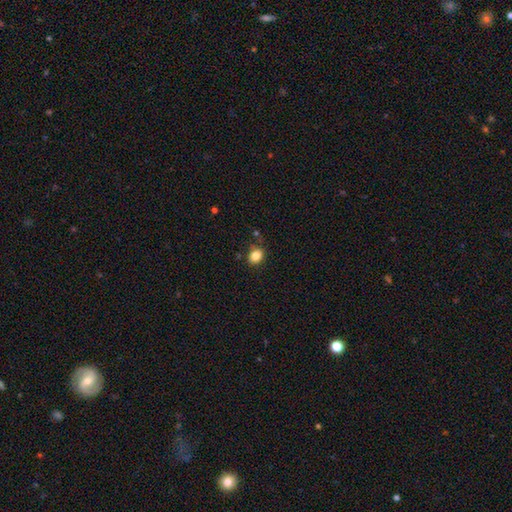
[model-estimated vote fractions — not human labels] Q: Smooth or featured?
A: smooth (85%); runner-up: star or artifact (10%)
Q: How rounded?
A: in between (55%); runner-up: round (44%)
Q: Merging?
A: none (78%); runner-up: minor disturbance (15%)